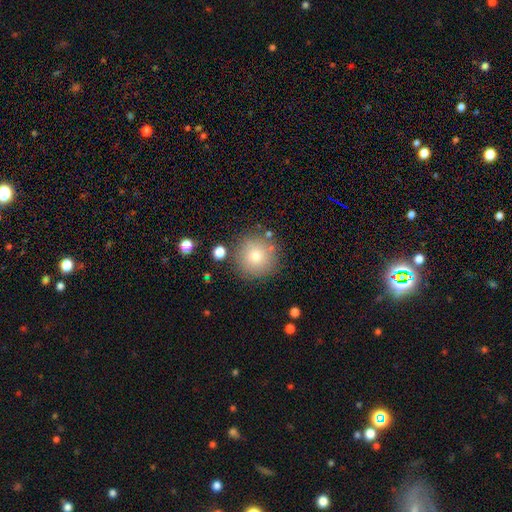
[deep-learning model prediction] Smooth or featured: smooth — 75% (star or artifact — 12%)
How rounded: round — 95% (in between — 4%)
Merging: none — 84% (minor disturbance — 9%)